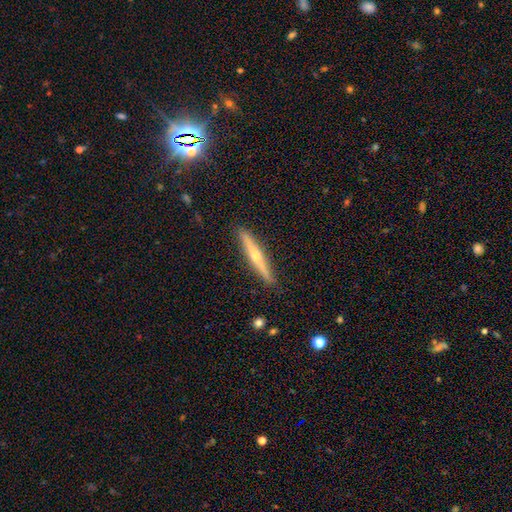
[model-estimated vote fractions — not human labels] The model was most divided on "smooth or featured": featured or disk: 71%, smooth: 23%, star or artifact: 6%. More confident: edge-on disk — yes (97%); merging — none (90%); edge-on bulge — rounded (89%).